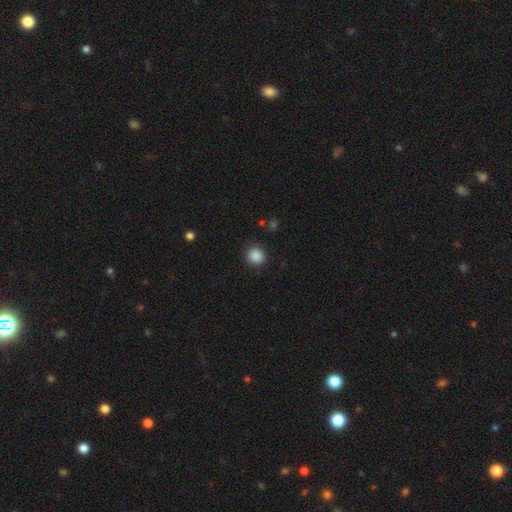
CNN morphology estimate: Smooth or featured? smooth (88%)
How rounded? round (88%)
Merging? none (90%)